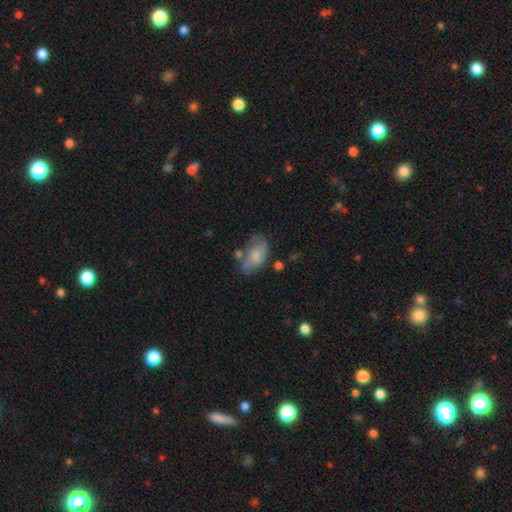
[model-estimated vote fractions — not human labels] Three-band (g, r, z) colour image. It shows a smooth galaxy with no disk features (65%) that is in between round and cigar-shaped (90%). Merging: none (44%).